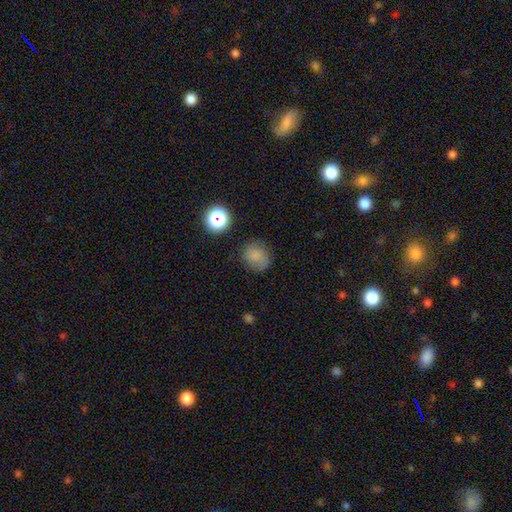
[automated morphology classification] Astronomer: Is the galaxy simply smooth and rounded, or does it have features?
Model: smooth — 75%.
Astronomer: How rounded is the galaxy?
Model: round — 76%.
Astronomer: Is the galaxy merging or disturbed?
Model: none — 73%.